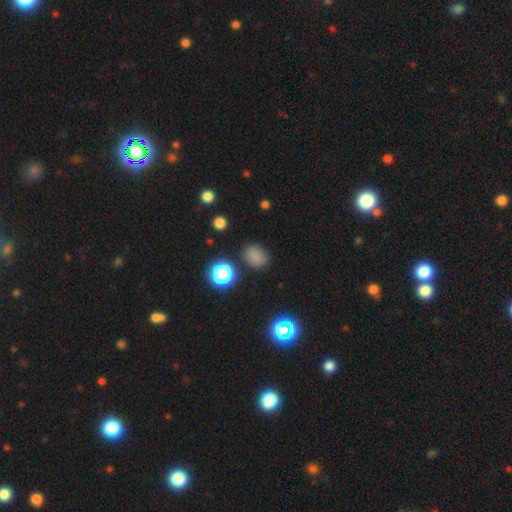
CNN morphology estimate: Overall: smooth (78%). How rounded: in between (60%; round 39%). Merging: none (80%).